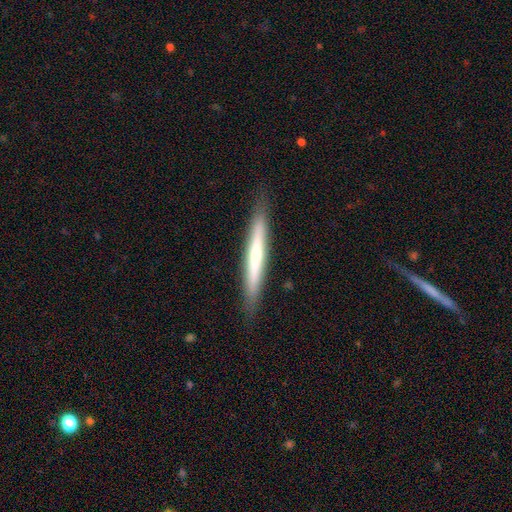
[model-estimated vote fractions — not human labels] The model was most divided on "smooth or featured": featured or disk: 51%, smooth: 44%, star or artifact: 6%. More confident: edge-on disk — yes (95%); merging — none (89%).